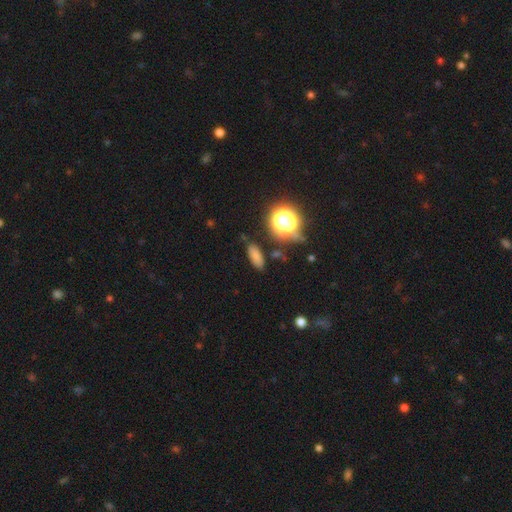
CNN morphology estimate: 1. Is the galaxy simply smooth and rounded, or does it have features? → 72% smooth, 19% star or artifact, 9% featured or disk.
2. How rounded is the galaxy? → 73% in between, 17% cigar-shaped, 10% round.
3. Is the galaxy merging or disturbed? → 81% none, 12% minor disturbance, 4% major disturbance, 3% merger.